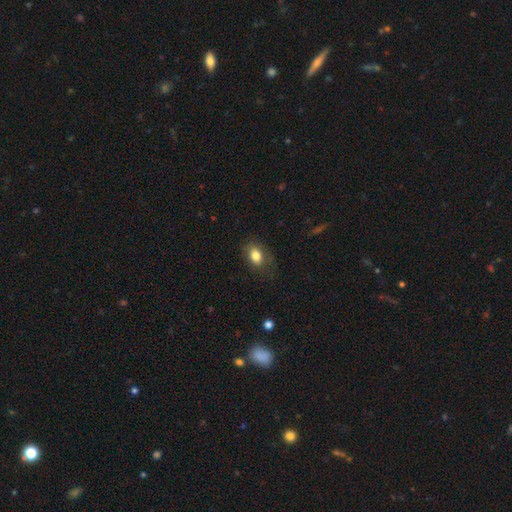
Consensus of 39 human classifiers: Smooth or featured? smooth (87%)
How rounded? in between (71%)
Merging? none (73%)